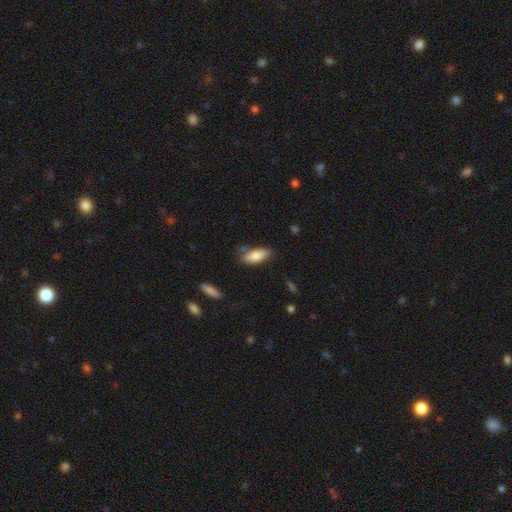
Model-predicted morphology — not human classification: smooth 76%, featured or disk 17%, star or artifact 6%. Down the decision tree: how rounded — in between (81%); merging — none (59%).